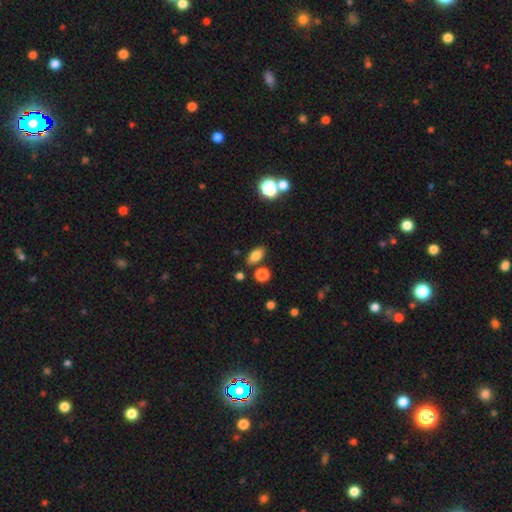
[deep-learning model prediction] Smooth or featured? smooth (82%)
How rounded? in between (86%)
Merging? none (80%)